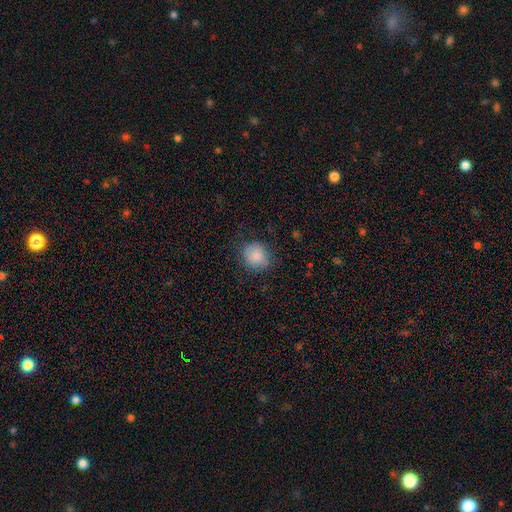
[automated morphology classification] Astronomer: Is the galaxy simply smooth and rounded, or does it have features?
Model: smooth — 84%.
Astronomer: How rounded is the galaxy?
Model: round — 76%.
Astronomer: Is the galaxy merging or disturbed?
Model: none — 74%.